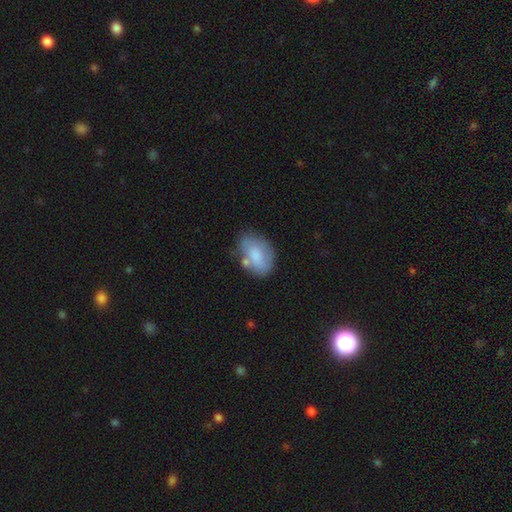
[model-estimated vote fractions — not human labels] Smooth or featured? smooth (71%)
How rounded? in between (84%)
Merging? none (53%)